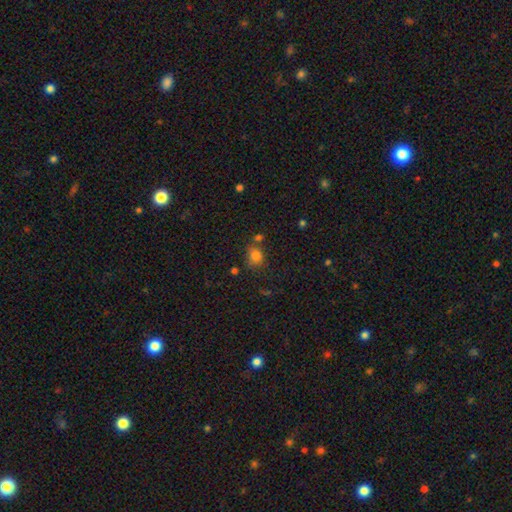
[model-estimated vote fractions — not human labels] The model was most divided on "how rounded": round: 66%, in between: 32%, cigar-shaped: 1%. More confident: smooth or featured — smooth (79%); merging — none (67%).